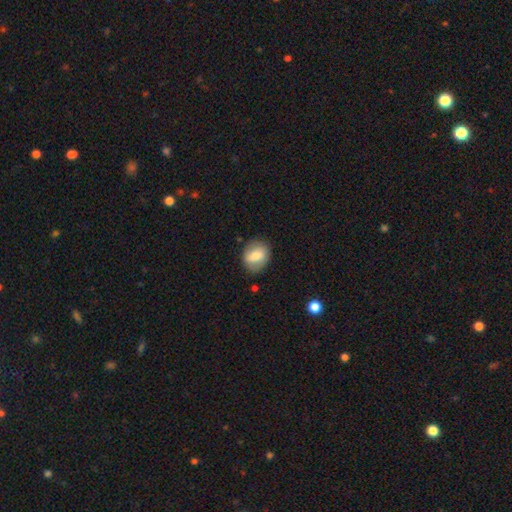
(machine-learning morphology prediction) Smooth or featured: smooth — 71% (featured or disk — 21%)
How rounded: in between — 50% (round — 49%)
Merging: none — 78% (minor disturbance — 16%)